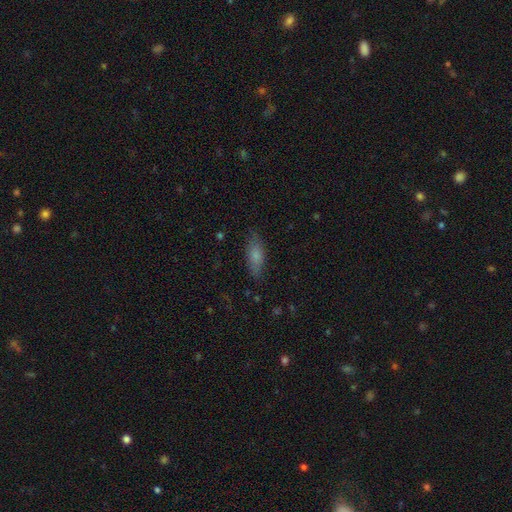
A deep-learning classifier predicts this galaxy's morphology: The model was most divided on "how rounded": in between: 69%, cigar-shaped: 29%, round: 3%. More confident: merging — none (81%); smooth or featured — smooth (75%).